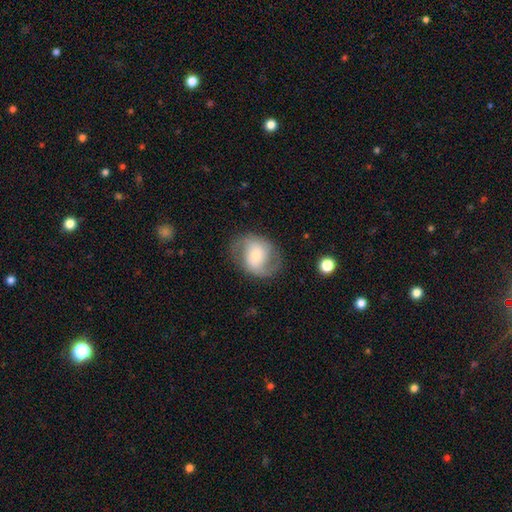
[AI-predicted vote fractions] Q: Smooth or featured?
A: featured or disk (64%); runner-up: smooth (29%)
Q: Edge-on disk?
A: no (97%); runner-up: yes (3%)
Q: Bar?
A: no (51%); runner-up: weak (35%)
Q: Spiral arms?
A: yes (88%); runner-up: no (12%)
Q: Spiral winding?
A: medium (47%); runner-up: loose (34%)
Q: Spiral arm count?
A: 2 (87%); runner-up: can't tell (6%)
Q: Bulge size?
A: small (48%); runner-up: moderate (33%)
Q: Merging?
A: none (72%); runner-up: minor disturbance (16%)